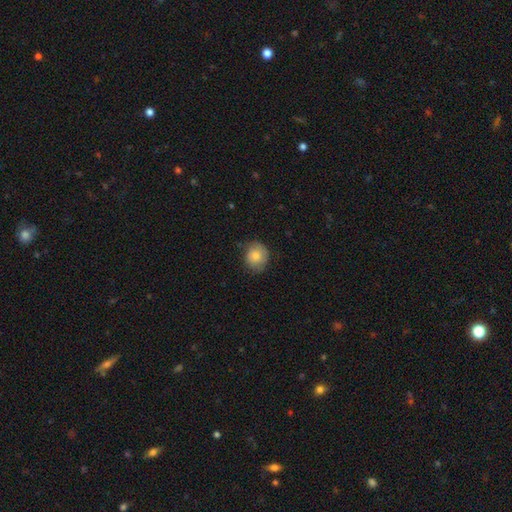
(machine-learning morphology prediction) Smooth or featured? Predicted: smooth (p=0.78). How rounded? Predicted: round (p=0.79). Merging? Predicted: none (p=0.70).